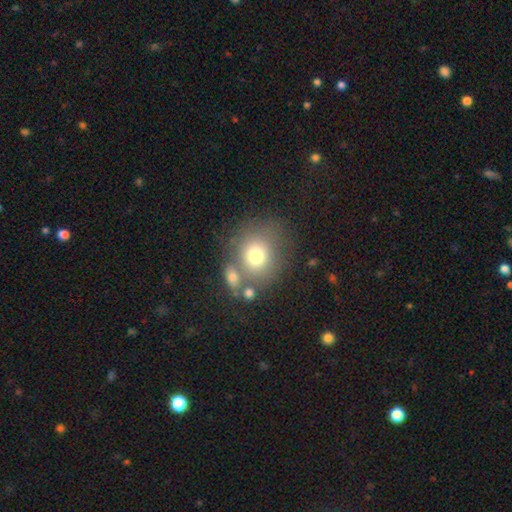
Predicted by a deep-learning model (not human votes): A smooth galaxy with no disk features (72%) that is round (75%). Merging: none (58%).